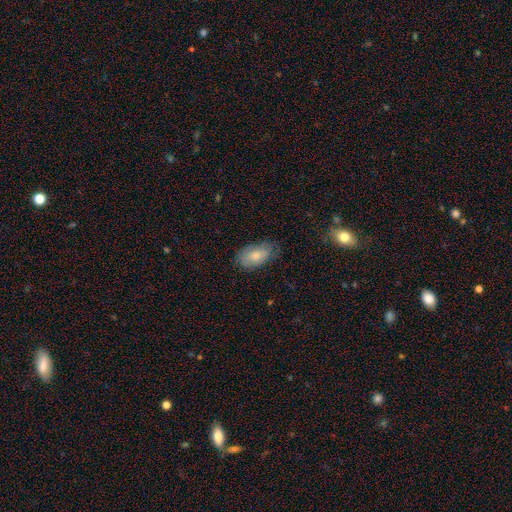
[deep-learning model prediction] Q: Smooth or featured?
A: smooth (76%); runner-up: featured or disk (18%)
Q: How rounded?
A: in between (93%); runner-up: round (4%)
Q: Merging?
A: none (69%); runner-up: minor disturbance (24%)